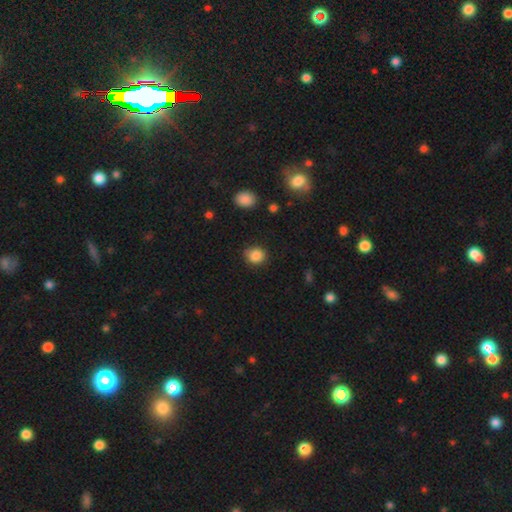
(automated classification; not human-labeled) This is clearly a smooth galaxy (86%). How rounded: likely round (73%). Merging: likely none (80%).